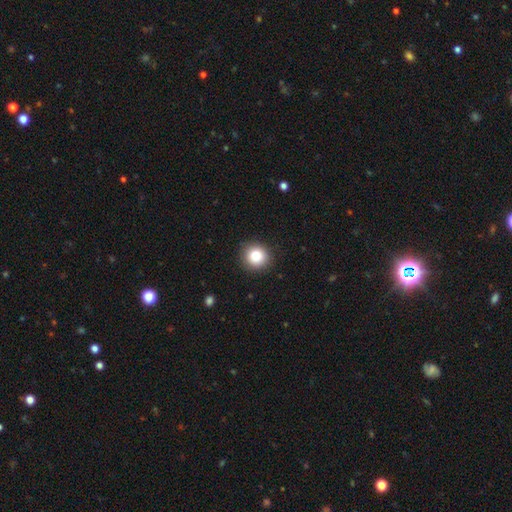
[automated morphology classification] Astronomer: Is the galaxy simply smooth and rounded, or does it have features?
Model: smooth — 84%.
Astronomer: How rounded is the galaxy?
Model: round — 92%.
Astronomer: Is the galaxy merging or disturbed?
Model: none — 90%.